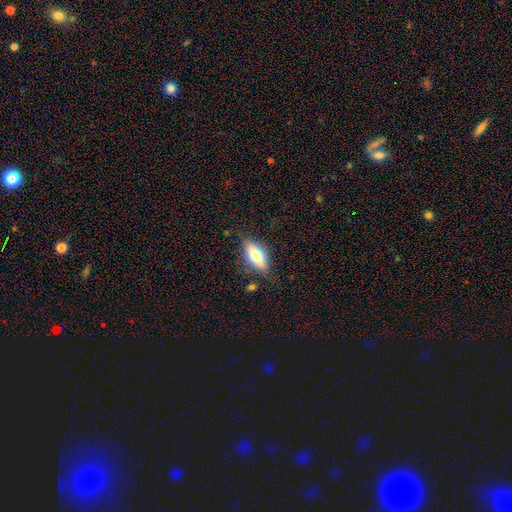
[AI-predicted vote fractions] Smooth or featured: smooth — 60% (featured or disk — 33%)
How rounded: in between — 74% (cigar-shaped — 22%)
Merging: none — 75% (minor disturbance — 17%)